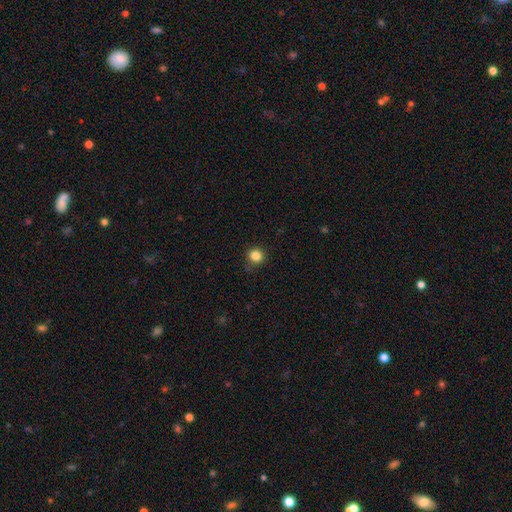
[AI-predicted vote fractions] Smooth or featured? Predicted: smooth (p=0.84). How rounded? Predicted: round (p=0.90). Merging? Predicted: none (p=0.86).